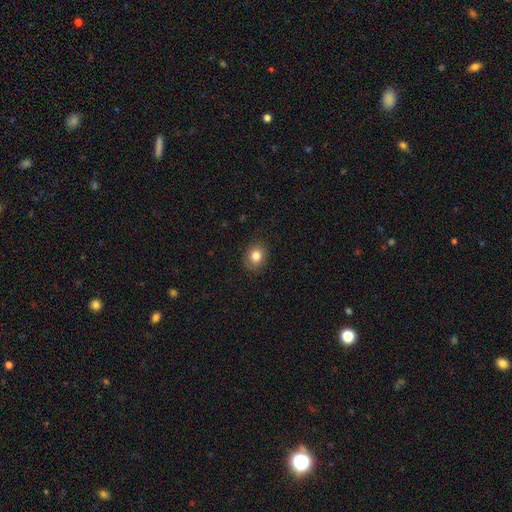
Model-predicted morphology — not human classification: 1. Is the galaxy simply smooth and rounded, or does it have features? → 82% smooth, 10% star or artifact, 8% featured or disk.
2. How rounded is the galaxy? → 62% round, 37% in between, 1% cigar-shaped.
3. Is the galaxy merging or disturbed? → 87% none, 9% minor disturbance, 2% major disturbance, 1% merger.